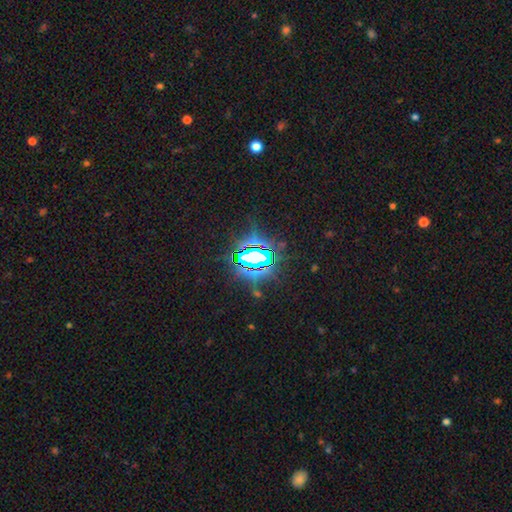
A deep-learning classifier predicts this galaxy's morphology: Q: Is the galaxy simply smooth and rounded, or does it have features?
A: star or artifact — 77%.